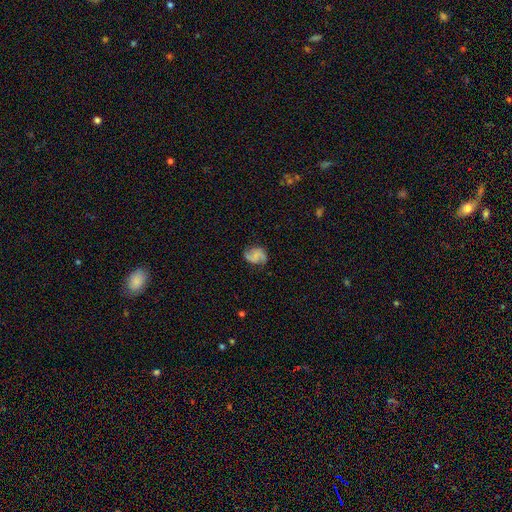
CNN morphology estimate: featured or disk 63%, smooth 28%, star or artifact 9%. Down the decision tree: edge-on disk — no (98%); bar — no (50%); spiral arms — yes (92%); spiral arm count — 2 (88%); spiral winding — loose (45%); bulge size — none (58%); merging — none (70%).